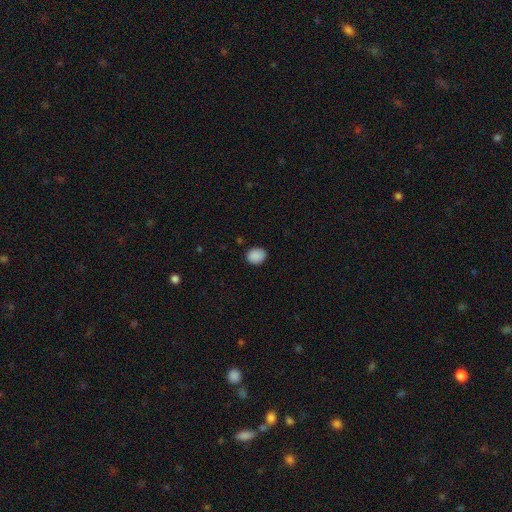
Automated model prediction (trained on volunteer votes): This appears to be a smooth galaxy with no disk features (89%) that is round (54%). Merging: none (86%).